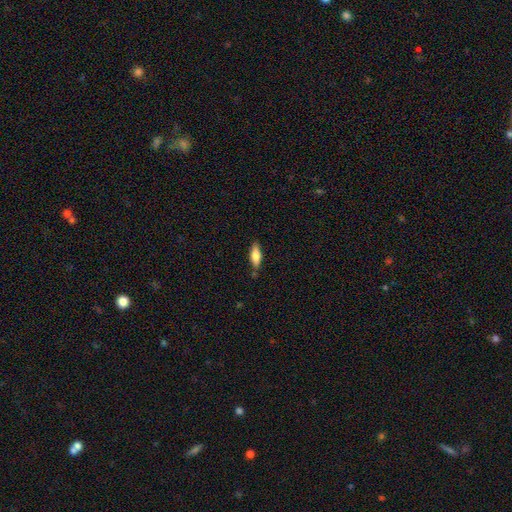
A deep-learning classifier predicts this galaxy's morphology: smooth 72%, featured or disk 21%, star or artifact 7%. Down the decision tree: how rounded — in between (63%); merging — none (78%).